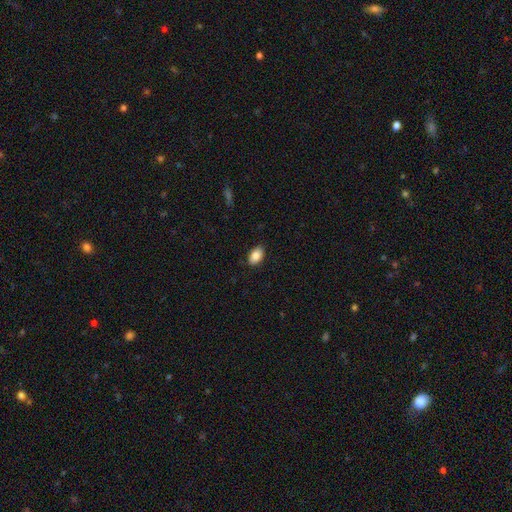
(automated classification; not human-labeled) Smooth or featured: smooth — 88% (star or artifact — 7%)
How rounded: in between — 90% (round — 9%)
Merging: none — 86% (minor disturbance — 11%)